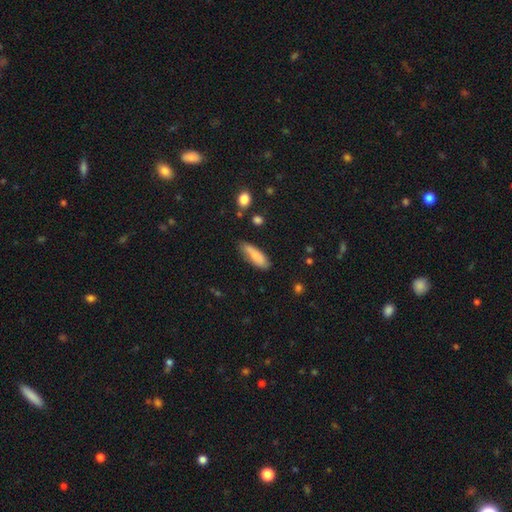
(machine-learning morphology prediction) A smooth galaxy with no disk features (78%) that is in between round and cigar-shaped (56%).

Vote fractions:
- Smooth or featured? smooth: 78% / featured or disk: 16% / star or artifact: 7%
- How rounded? in between: 56% / cigar-shaped: 42% / round: 2%
- Merging? none: 64% / minor disturbance: 25% / merger: 6% / major disturbance: 6%